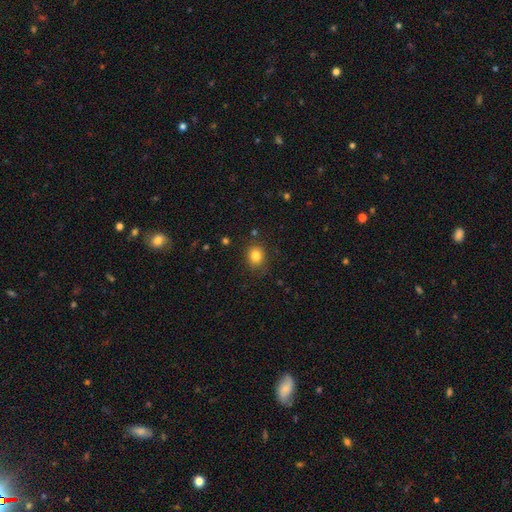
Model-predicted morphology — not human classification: smooth_or_featured: smooth (p=0.82) [alt: star or artifact p=0.11]
how_rounded: round (p=0.67) [alt: in between p=0.32]
merging: none (p=0.85) [alt: minor disturbance p=0.11]